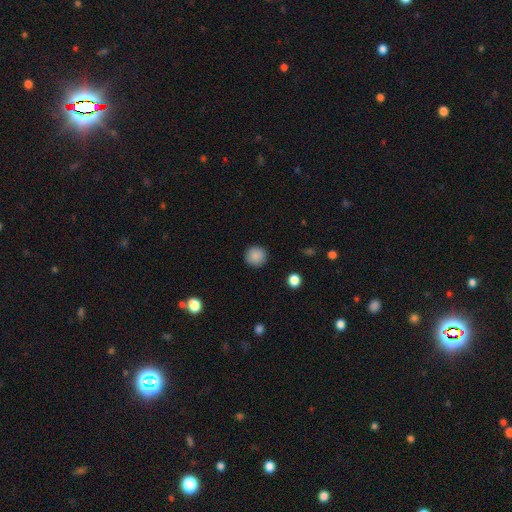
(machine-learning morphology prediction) The model was most divided on "smooth or featured": smooth: 88%, star or artifact: 9%, featured or disk: 3%. More confident: how rounded — round (94%); merging — none (91%).